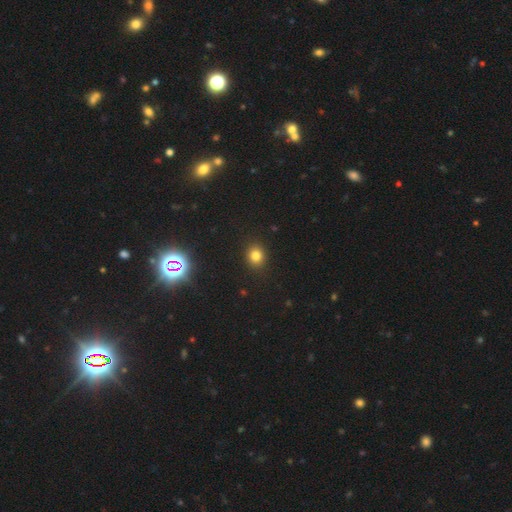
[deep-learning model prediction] Smooth or featured? smooth (79%)
How rounded? round (76%)
Merging? none (90%)